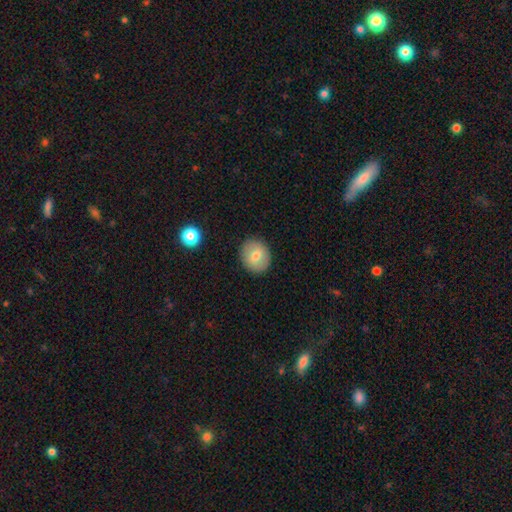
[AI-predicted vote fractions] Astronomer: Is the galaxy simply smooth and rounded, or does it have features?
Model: smooth — 71%.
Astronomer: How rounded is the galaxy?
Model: round — 77%.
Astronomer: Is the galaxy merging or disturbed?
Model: none — 89%.